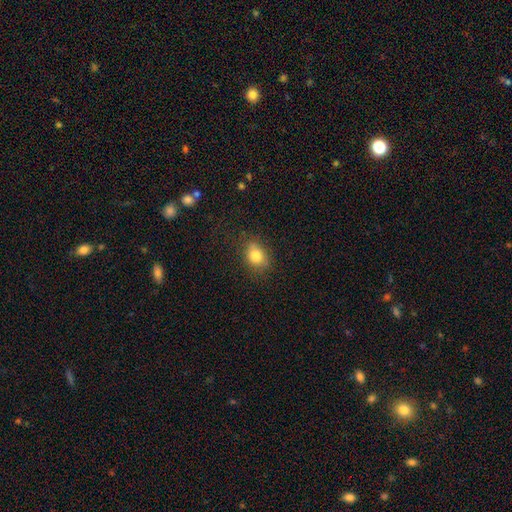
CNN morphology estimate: A smooth galaxy with no disk features (81%) that is in between round and cigar-shaped (63%). Merging: none (74%).